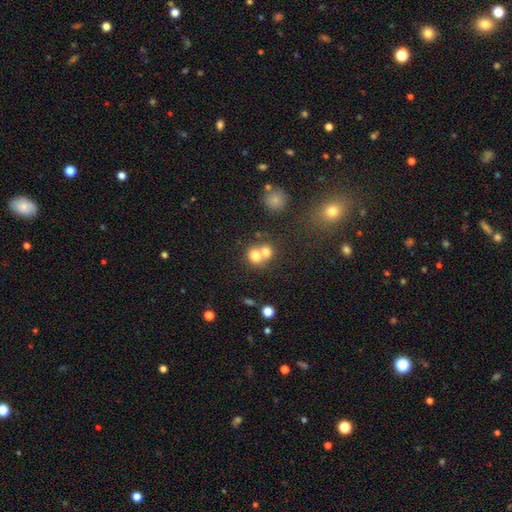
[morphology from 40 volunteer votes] smooth 72%, featured or disk 15%, star or artifact 12%. Down the decision tree: how rounded — round (76%); merging — merger (63%).